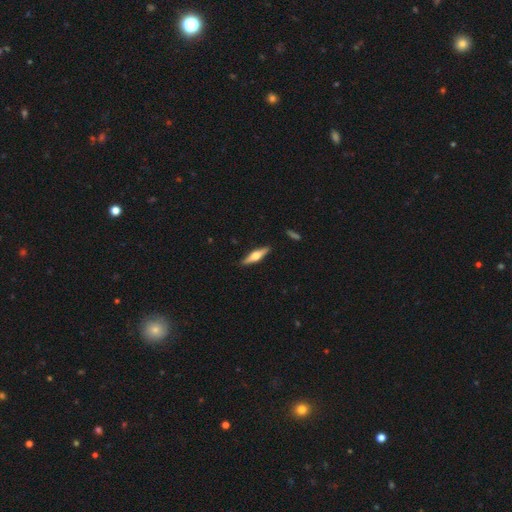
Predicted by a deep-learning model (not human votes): featured or disk 59%, smooth 35%, star or artifact 5%. Down the decision tree: edge-on disk — yes (96%); edge-on bulge — rounded (92%); merging — none (89%).